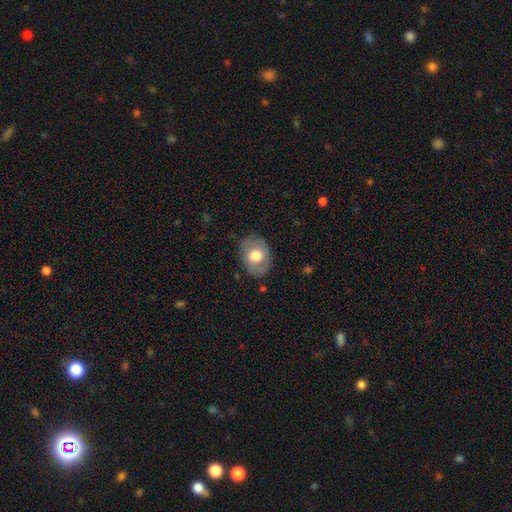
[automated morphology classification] The model was most divided on "how rounded": in between: 65%, round: 34%, cigar-shaped: 1%. More confident: merging — none (82%); smooth or featured — smooth (67%).